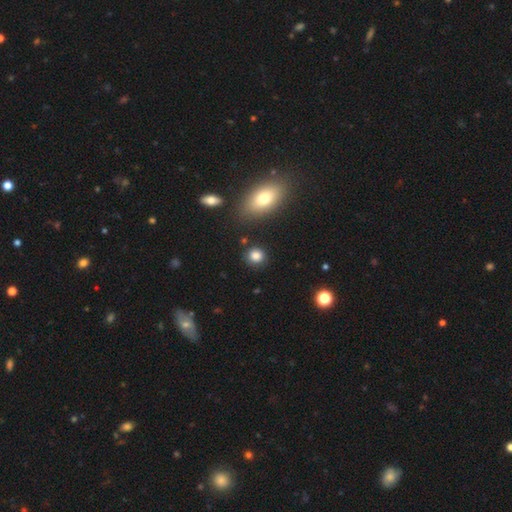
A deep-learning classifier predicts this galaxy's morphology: Q: Smooth or featured?
A: smooth (84%); runner-up: star or artifact (11%)
Q: How rounded?
A: round (82%); runner-up: in between (17%)
Q: Merging?
A: none (87%); runner-up: minor disturbance (8%)